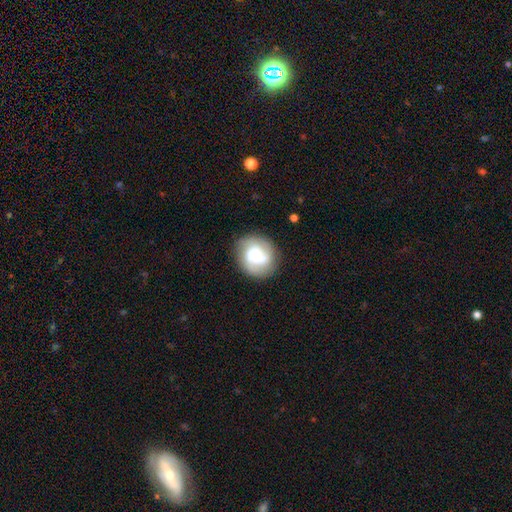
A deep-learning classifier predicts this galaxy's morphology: smooth_or_featured: featured or disk (p=0.68) [alt: smooth p=0.25]
disk_edge_on: no (p=0.98) [alt: yes p=0.02]
bar: no (p=0.58) [alt: weak p=0.34]
has_spiral_arms: yes (p=0.92) [alt: no p=0.08]
spiral_winding: medium (p=0.43) [alt: tight p=0.41]
spiral_arm_count: 2 (p=0.64) [alt: can't tell p=0.13]
bulge_size: small (p=0.55) [alt: moderate p=0.29]
merging: none (p=0.79) [alt: minor disturbance p=0.14]